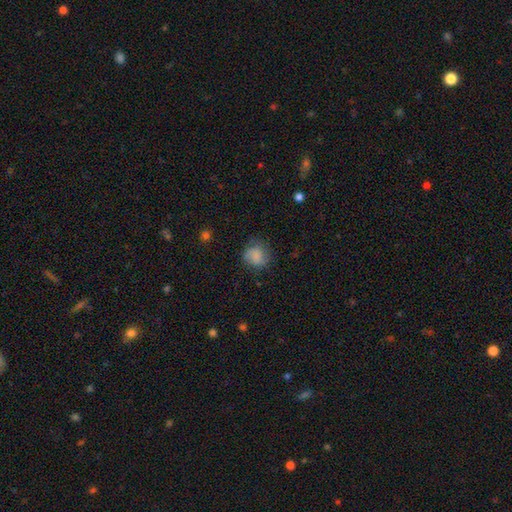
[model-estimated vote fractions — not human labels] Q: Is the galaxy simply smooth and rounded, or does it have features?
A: smooth — 74%.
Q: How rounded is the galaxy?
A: round — 78%.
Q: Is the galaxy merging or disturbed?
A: none — 66%.